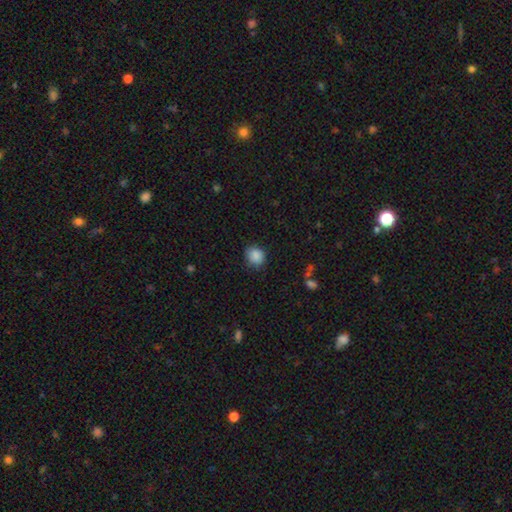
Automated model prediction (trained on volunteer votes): smooth-or-featured: smooth: 88% | star or artifact: 9% | featured or disk: 4%
  how-rounded: round: 72% | in between: 27% | cigar-shaped: 1%
  merging: none: 80% | minor disturbance: 16% | major disturbance: 3% | merger: 1%